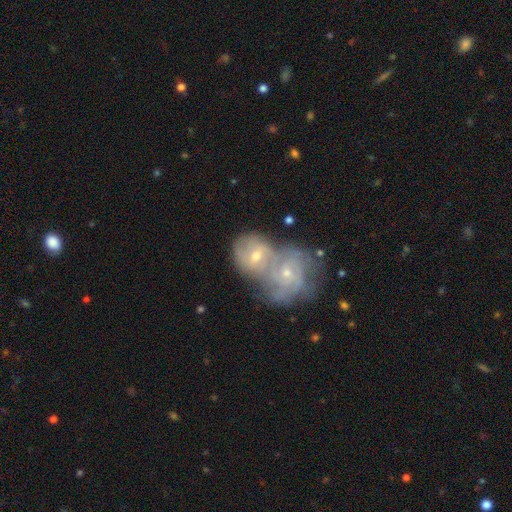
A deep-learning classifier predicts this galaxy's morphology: The model was most divided on "bulge size": small: 48%, moderate: 47%, large: 2%, none: 2%, dominant: 1%. Remaining: edge-on disk — no (96%); spiral arms — yes (84%); merging — merger (73%); smooth or featured — featured or disk (66%); spiral winding — tight (57%); bar — no (52%); spiral arm count — can't tell (35%).